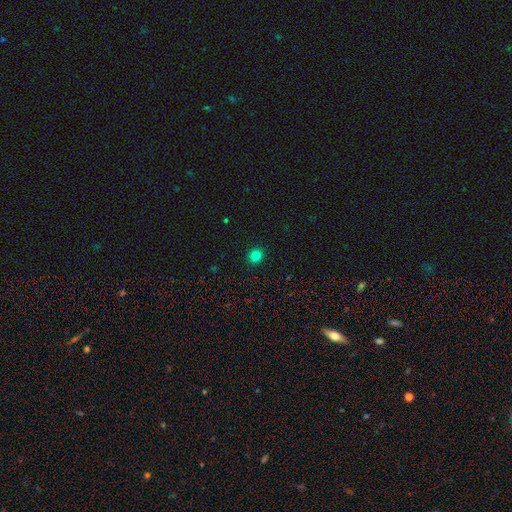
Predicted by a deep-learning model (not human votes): This appears to be a smooth galaxy with no disk features (82%) that is round (90%). Merging: none (93%).